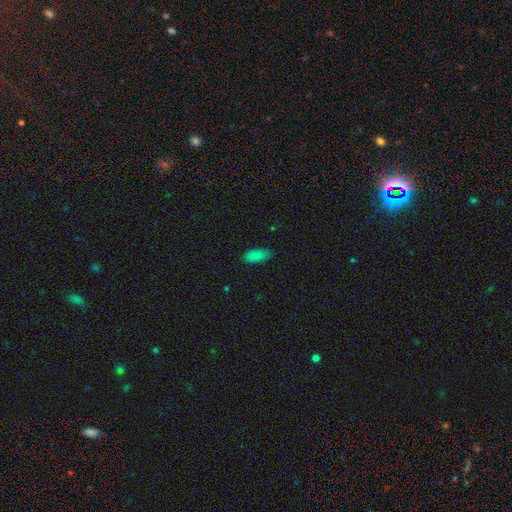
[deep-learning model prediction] Morphology: type=smooth (86%); roundness=in between (86%); merging=none (81%).